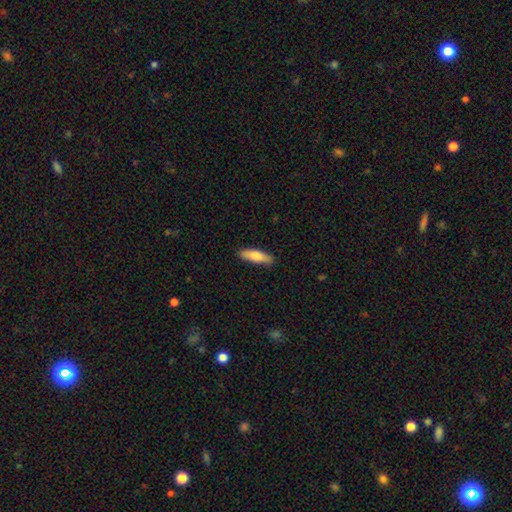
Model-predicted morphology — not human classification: Smooth or featured?
  - smooth: 77% *
  - featured or disk: 18%
  - star or artifact: 6%
How rounded?
  - cigar-shaped: 58% *
  - in between: 40%
  - round: 2%
Merging?
  - none: 88% *
  - minor disturbance: 9%
  - major disturbance: 2%
  - merger: 1%